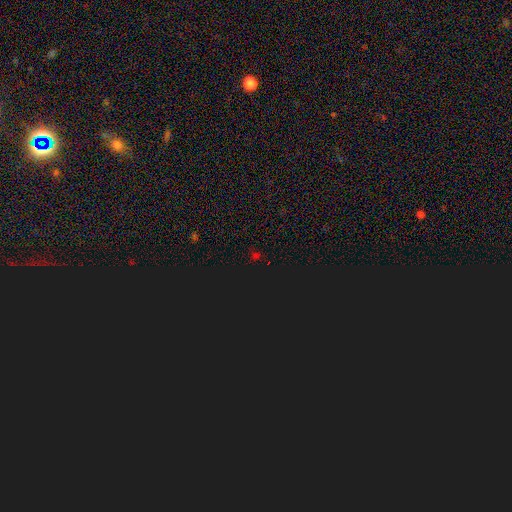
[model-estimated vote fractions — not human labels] This is likely a star or artifact rather than a galaxy (68%).